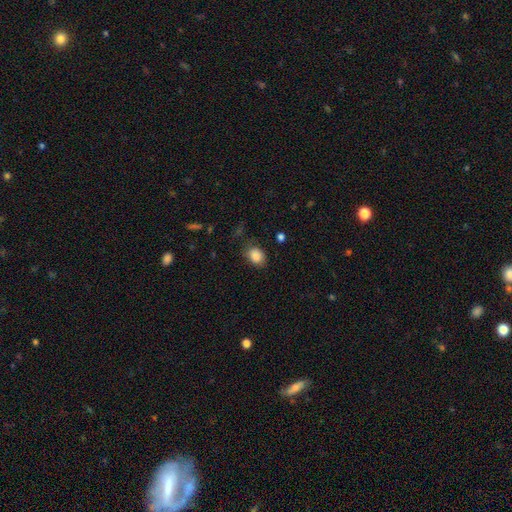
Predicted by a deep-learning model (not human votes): A smooth galaxy with no disk features (87%) that is in between round and cigar-shaped (65%). Merging: none (74%).